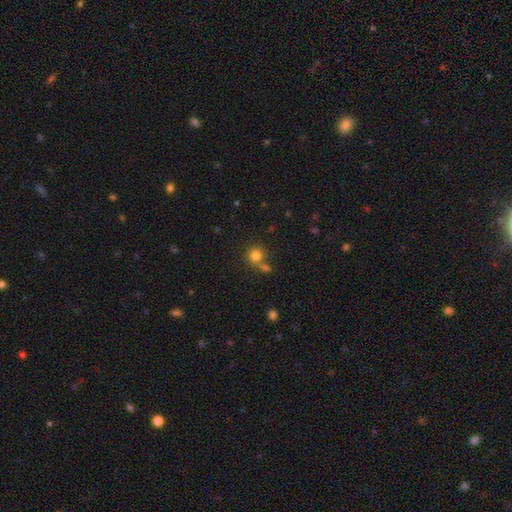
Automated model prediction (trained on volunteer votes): smooth 80%, star or artifact 13%, featured or disk 7%. Down the decision tree: how rounded — round (89%); merging — none (60%).